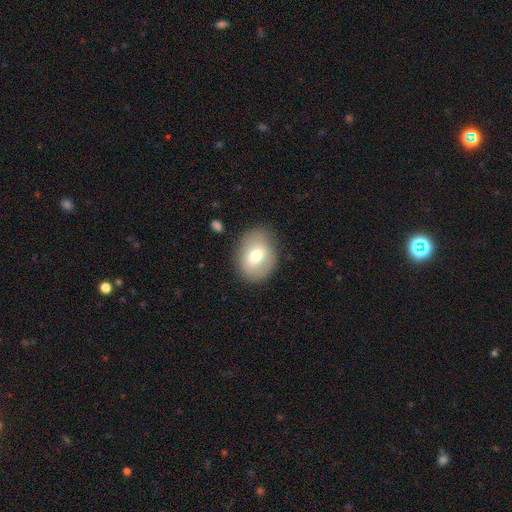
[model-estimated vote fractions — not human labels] Overall: smooth (66%). How rounded: in between (58%; round 41%). Merging: none (80%).